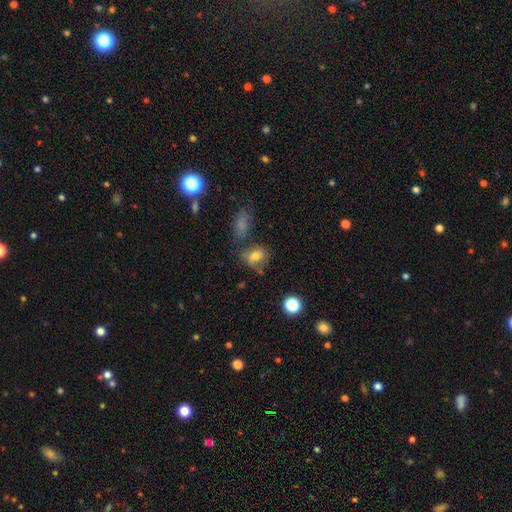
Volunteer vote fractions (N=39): A smooth galaxy with no disk features (69%) that is in between round and cigar-shaped (52%). Merging: none (43%).